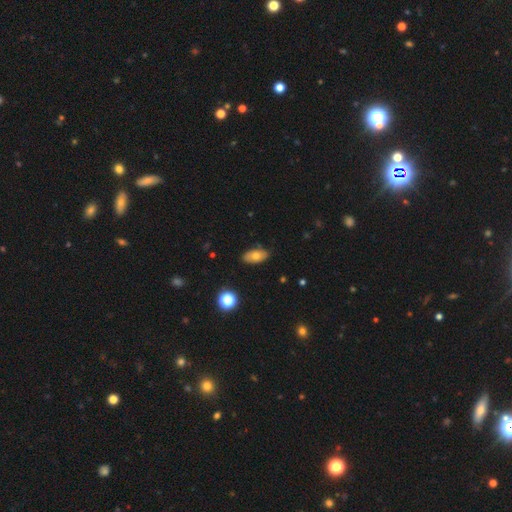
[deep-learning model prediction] Smooth or featured? Predicted: smooth (p=0.68). How rounded? Predicted: in between (p=0.90). Merging? Predicted: none (p=0.84).